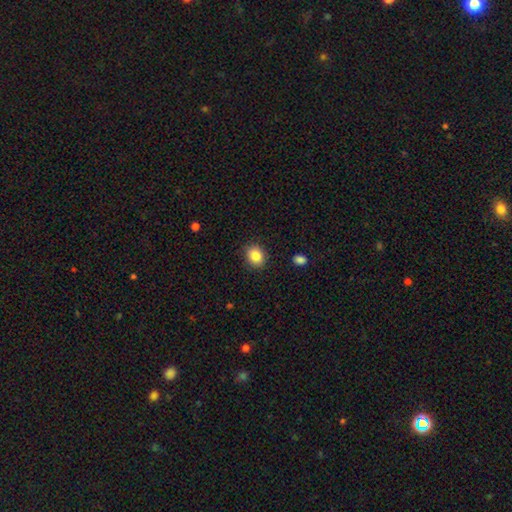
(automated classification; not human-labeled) Overall: smooth (85%). How rounded: round (57%; in between 42%). Merging: none (88%).